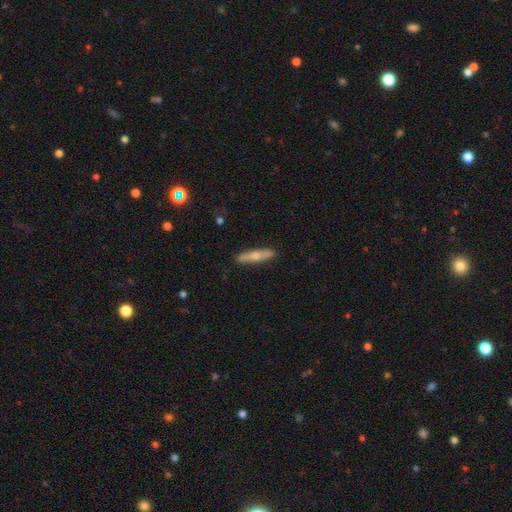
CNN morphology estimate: Smooth or featured: smooth — 48% (featured or disk — 47%)
Merging: none — 88% (minor disturbance — 9%)